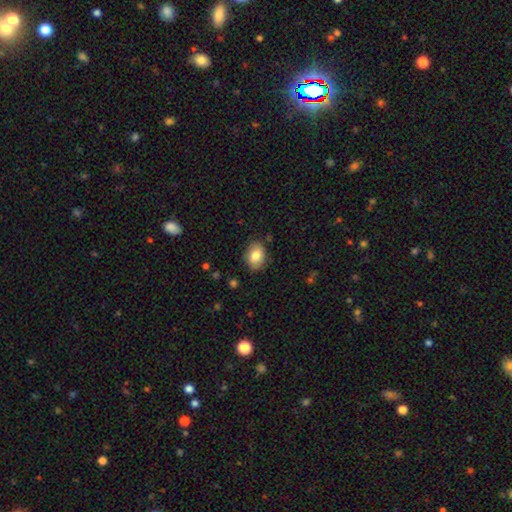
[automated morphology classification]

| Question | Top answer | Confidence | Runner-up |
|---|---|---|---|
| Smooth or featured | smooth | 81% | featured or disk (12%) |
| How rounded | in between | 76% | round (23%) |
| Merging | none | 83% | minor disturbance (13%) |